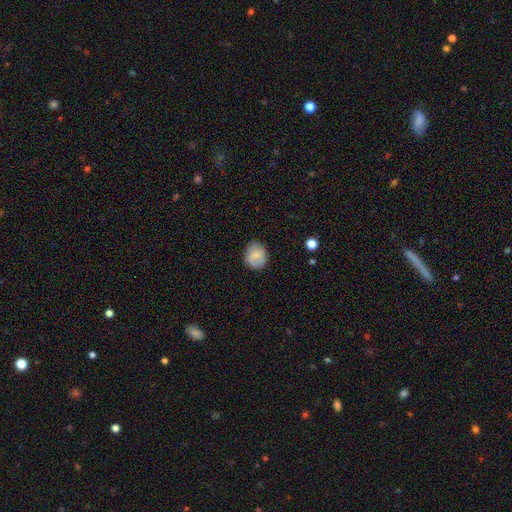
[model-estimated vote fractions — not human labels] Smooth or featured? Predicted: smooth (p=0.75). How rounded? Predicted: round (p=0.67). Merging? Predicted: none (p=0.80).